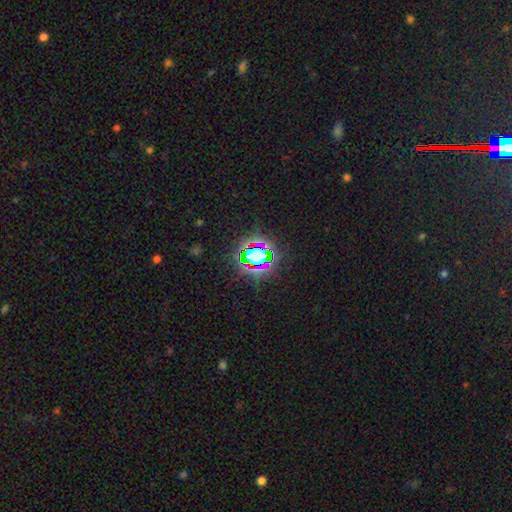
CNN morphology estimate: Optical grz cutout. It shows a star or artifact, not a galaxy (66%).